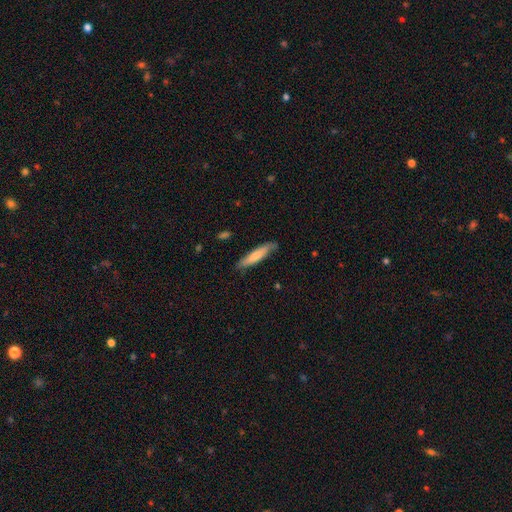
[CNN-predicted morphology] smooth 71%, featured or disk 24%, star or artifact 5%. Down the decision tree: how rounded — cigar-shaped (84%); merging — none (77%).